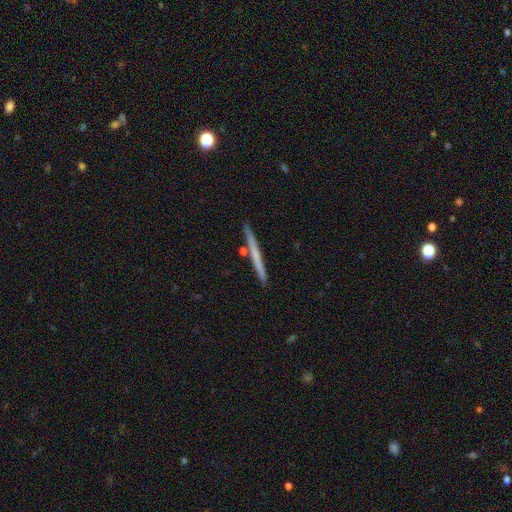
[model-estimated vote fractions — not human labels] A smooth galaxy with no disk features (49%). Merging: none (89%).